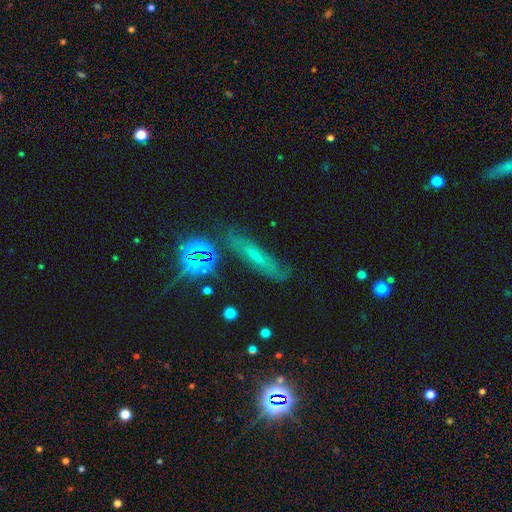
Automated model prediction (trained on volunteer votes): featured or disk 41%, smooth 39%, star or artifact 20%. Down the decision tree: merging — none (67%).